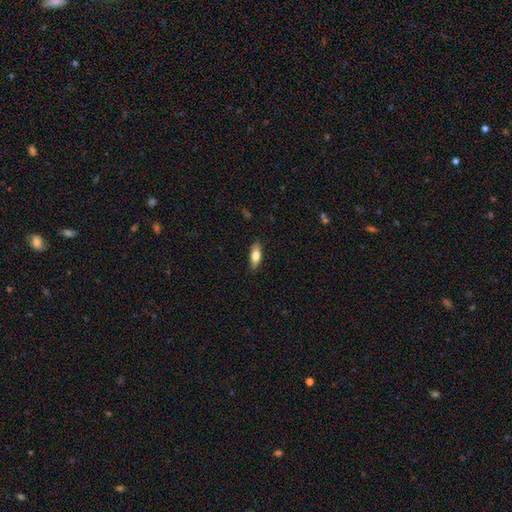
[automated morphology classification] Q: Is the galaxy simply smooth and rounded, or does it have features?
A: smooth — 72%.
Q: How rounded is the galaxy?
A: in between — 69%.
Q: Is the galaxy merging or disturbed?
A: none — 86%.